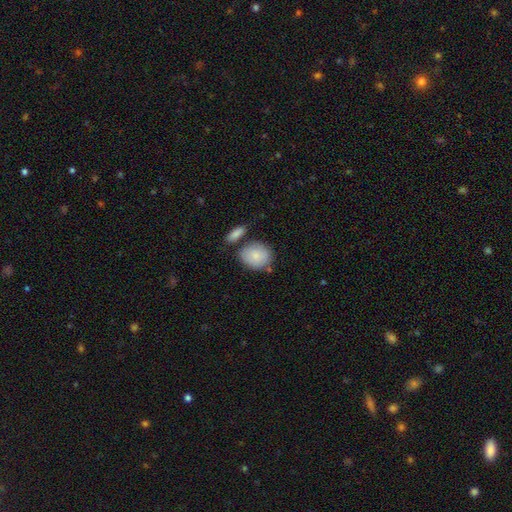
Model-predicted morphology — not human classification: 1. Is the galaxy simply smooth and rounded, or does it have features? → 85% smooth, 10% featured or disk, 6% star or artifact.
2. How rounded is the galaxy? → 50% round, 48% in between, 1% cigar-shaped.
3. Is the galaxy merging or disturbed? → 64% none, 16% minor disturbance, 15% merger, 4% major disturbance.